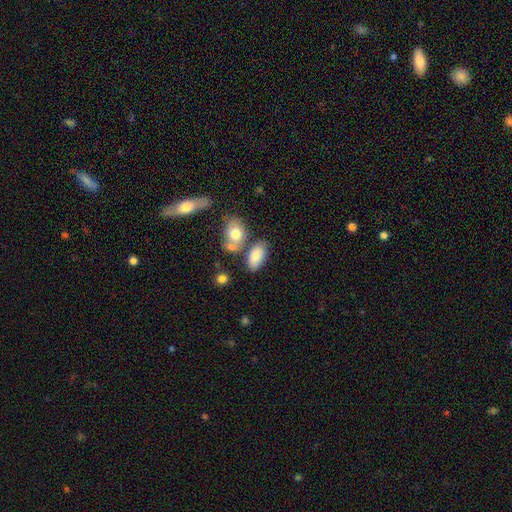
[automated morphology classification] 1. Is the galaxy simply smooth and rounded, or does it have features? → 82% smooth, 10% featured or disk, 7% star or artifact.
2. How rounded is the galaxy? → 92% in between, 5% round, 3% cigar-shaped.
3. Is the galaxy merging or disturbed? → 60% none, 21% merger, 14% minor disturbance, 5% major disturbance.